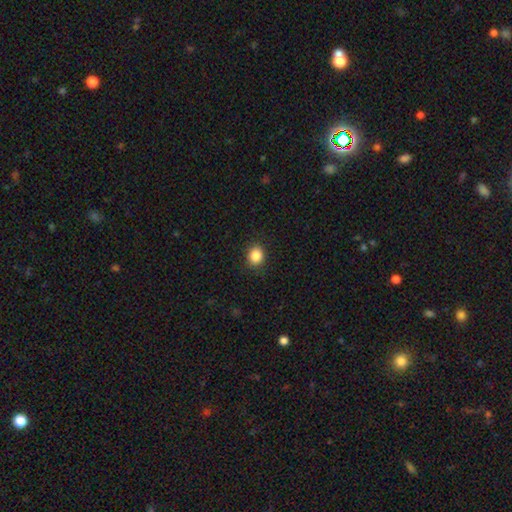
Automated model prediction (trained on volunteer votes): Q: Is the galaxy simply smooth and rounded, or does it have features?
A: smooth — 87%.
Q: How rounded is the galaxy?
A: round — 69%.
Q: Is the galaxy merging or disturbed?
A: none — 89%.